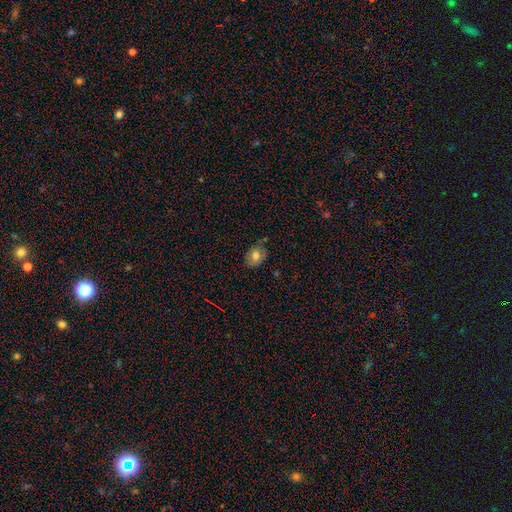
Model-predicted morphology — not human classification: Q: Smooth or featured?
A: smooth (73%); runner-up: featured or disk (17%)
Q: How rounded?
A: in between (68%); runner-up: round (31%)
Q: Merging?
A: none (70%); runner-up: minor disturbance (22%)